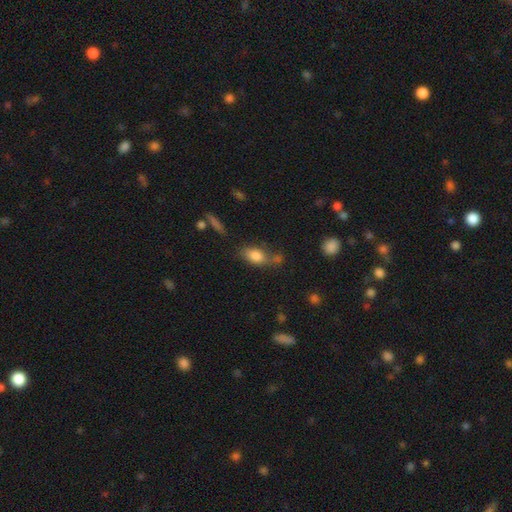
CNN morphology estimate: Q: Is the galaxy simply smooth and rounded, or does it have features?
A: smooth — 81%.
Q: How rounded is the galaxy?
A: in between — 86%.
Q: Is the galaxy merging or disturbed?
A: none — 52%.